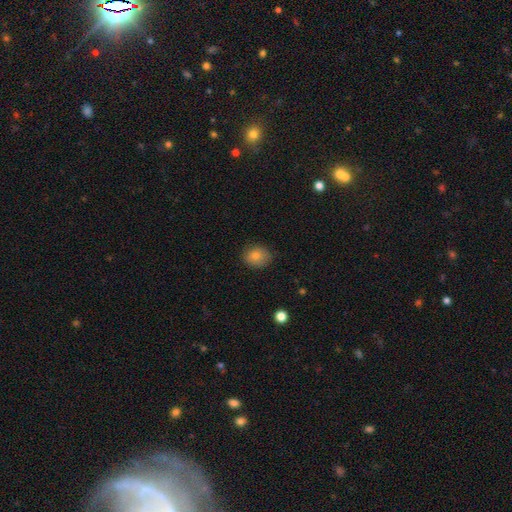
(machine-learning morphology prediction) Q: Smooth or featured?
A: smooth (78%); runner-up: featured or disk (11%)
Q: How rounded?
A: round (51%); runner-up: in between (48%)
Q: Merging?
A: none (82%); runner-up: minor disturbance (14%)